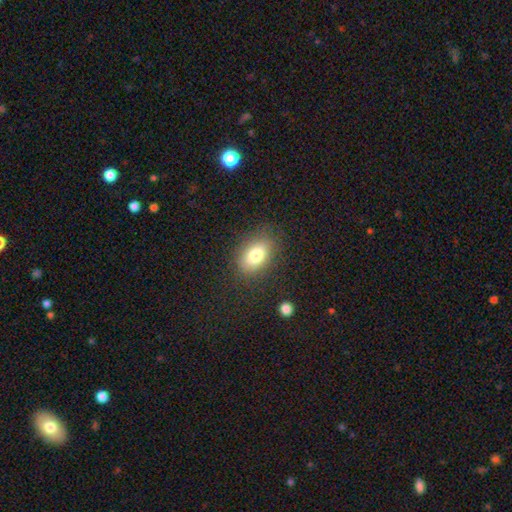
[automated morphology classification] Smooth or featured? smooth (78%)
How rounded? in between (84%)
Merging? none (83%)